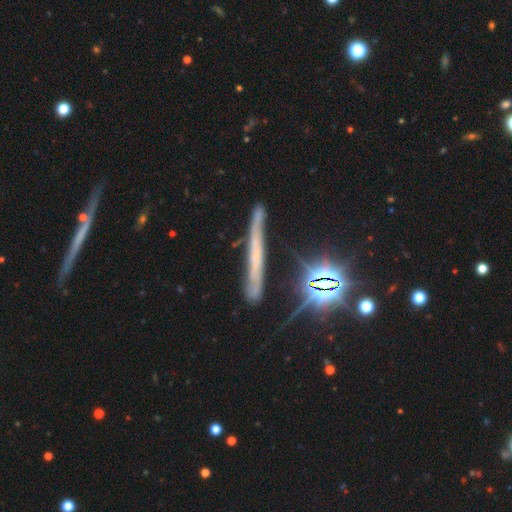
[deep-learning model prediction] This appears to be a featured or disk galaxy (50%) viewed edge-on (86%). Merging: none (68%).